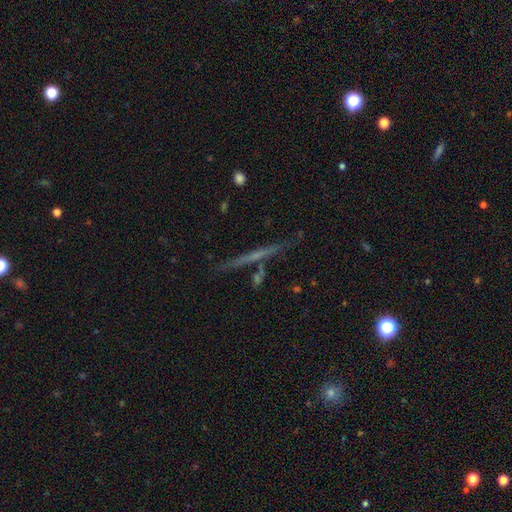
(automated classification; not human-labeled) Smooth or featured: featured or disk — 59% (smooth — 32%)
Edge-on disk: yes — 96% (no — 4%)
Edge-on bulge: none — 80% (rounded — 14%)
Merging: none — 83% (minor disturbance — 10%)